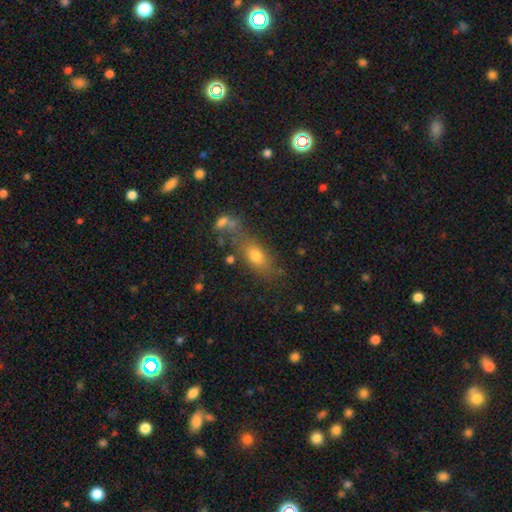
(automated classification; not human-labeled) This is likely a smooth galaxy (68%). How rounded: likely in between (71%). Merging: possibly none (52%).